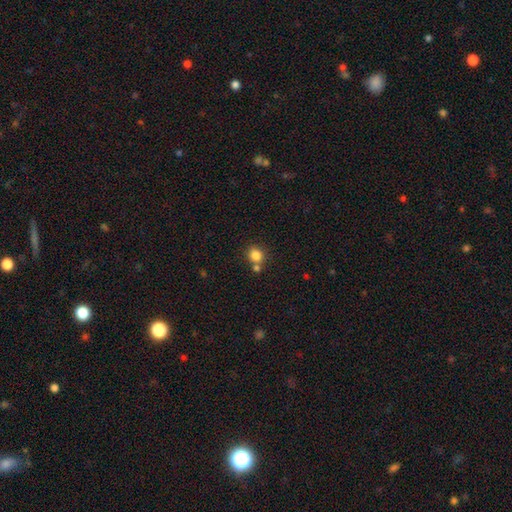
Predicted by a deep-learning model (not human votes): smooth-or-featured: smooth: 83% | star or artifact: 11% | featured or disk: 6%
  how-rounded: round: 75% | in between: 24% | cigar-shaped: 1%
  merging: none: 64% | merger: 23% | minor disturbance: 9% | major disturbance: 3%